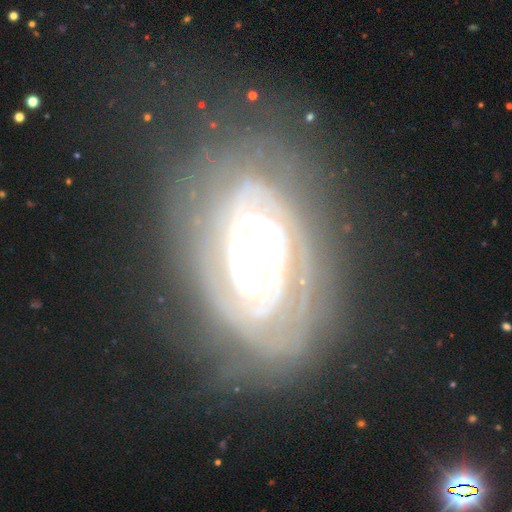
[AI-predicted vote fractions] The model was most divided on "spiral arm count": 2: 33%, can't tell: 32%, 3: 15%, 4: 7%, 1: 7%, more than 4: 6%. Remaining: edge-on disk — no (94%); spiral arms — yes (90%); smooth or featured — featured or disk (85%); spiral winding — tight (76%); merging — none (69%); bulge size — large (45%); bar — strong (44%).